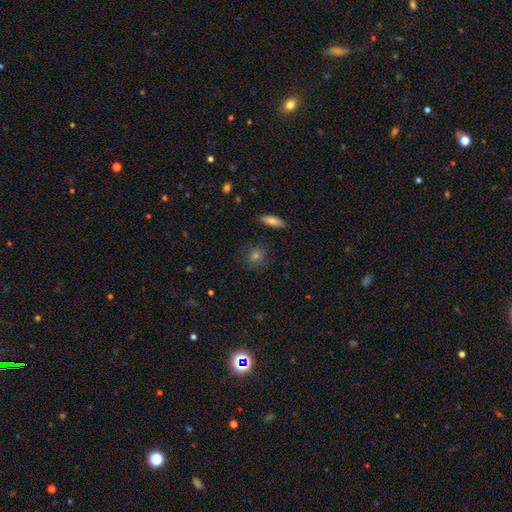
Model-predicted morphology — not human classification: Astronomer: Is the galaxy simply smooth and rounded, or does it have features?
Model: smooth — 61%.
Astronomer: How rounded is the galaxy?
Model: round — 81%.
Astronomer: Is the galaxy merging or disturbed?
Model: none — 86%.